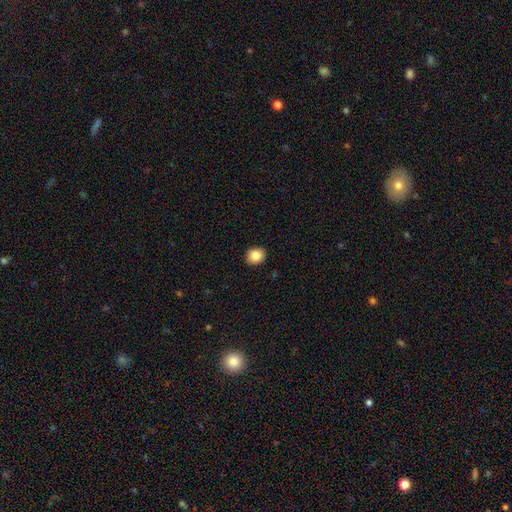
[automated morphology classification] Smooth or featured: smooth — 85% (star or artifact — 9%)
How rounded: round — 76% (in between — 23%)
Merging: none — 91% (minor disturbance — 6%)